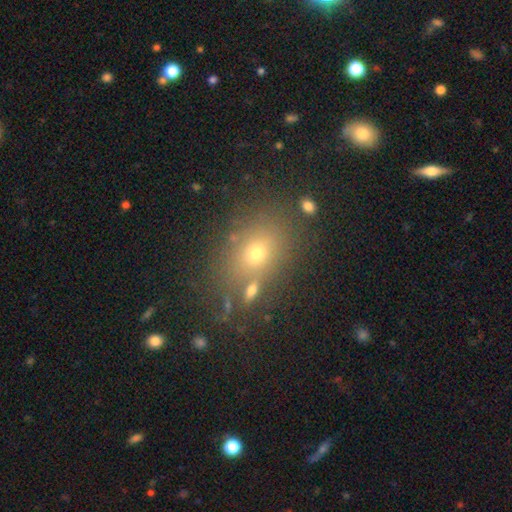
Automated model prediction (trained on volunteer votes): A smooth galaxy with no disk features (60%) that is in between round and cigar-shaped (57%).

Vote fractions:
- Smooth or featured? smooth: 60% / star or artifact: 26% / featured or disk: 14%
- How rounded? in between: 57% / round: 41% / cigar-shaped: 2%
- Merging? none: 76% / minor disturbance: 11% / merger: 9% / major disturbance: 4%